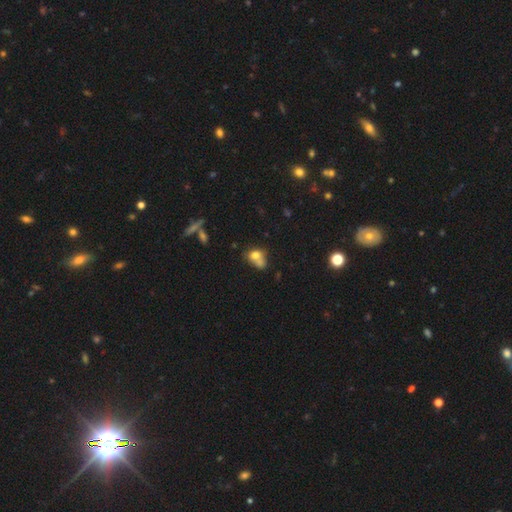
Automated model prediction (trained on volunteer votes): This is likely a smooth galaxy (71%). How rounded: possibly in between (50%). Merging: possibly merger (49%).